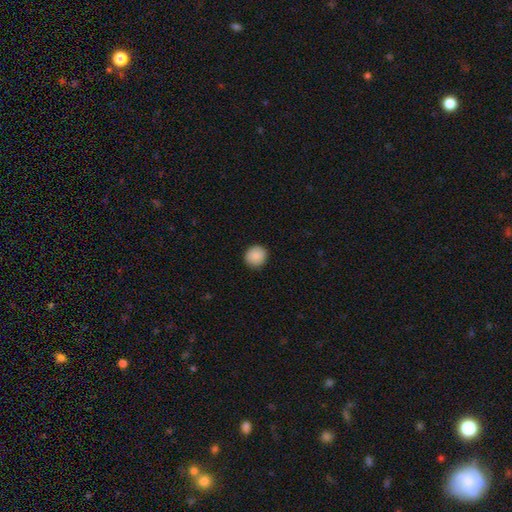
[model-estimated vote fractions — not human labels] smooth-or-featured: smooth: 86% | star or artifact: 7% | featured or disk: 7%
  how-rounded: round: 90% | in between: 9% | cigar-shaped: 1%
  merging: none: 88% | minor disturbance: 9% | major disturbance: 2% | merger: 1%